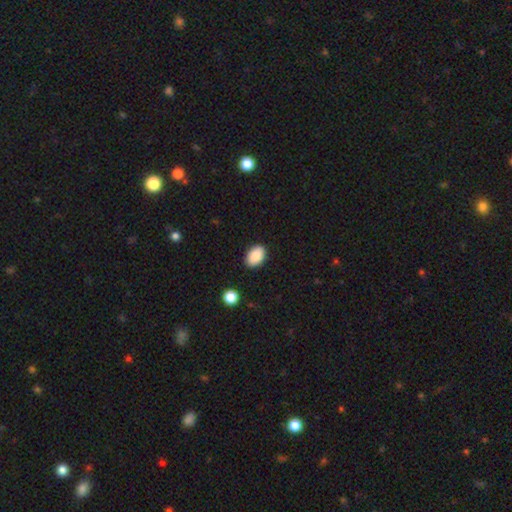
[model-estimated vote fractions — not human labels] Morphology: type=smooth (89%); roundness=in between (89%); merging=none (88%).